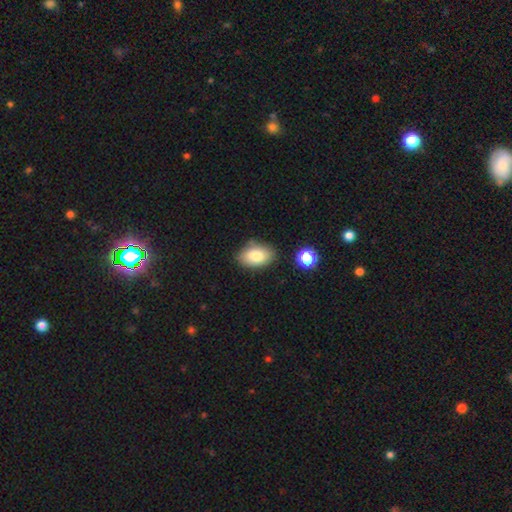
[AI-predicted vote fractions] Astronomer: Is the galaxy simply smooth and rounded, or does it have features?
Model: smooth — 82%.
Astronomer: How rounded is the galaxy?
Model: in between — 88%.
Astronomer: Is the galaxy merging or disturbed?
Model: none — 80%.